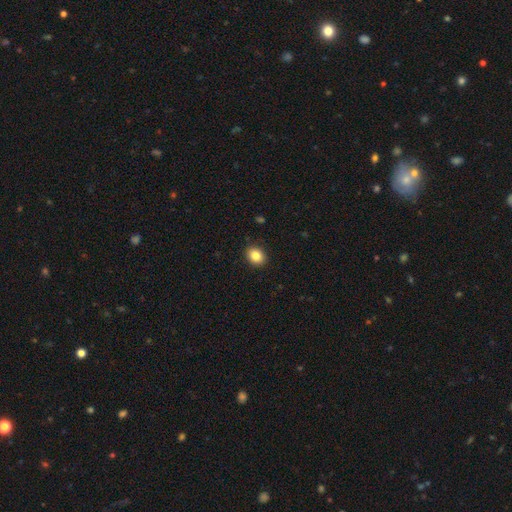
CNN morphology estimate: A smooth galaxy with no disk features (85%) that is round (51%). Merging: none (90%).